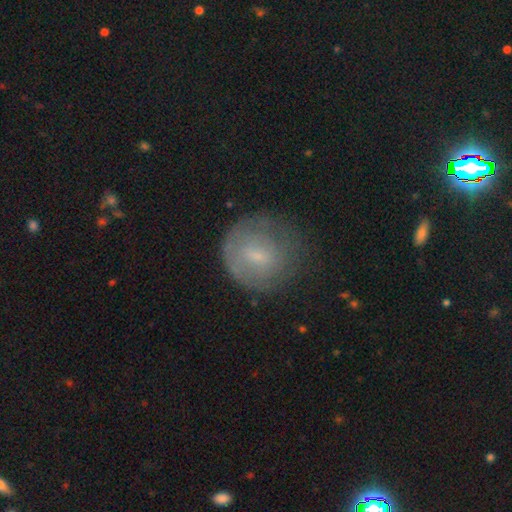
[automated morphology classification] smooth_or_featured: smooth (p=0.53) [alt: featured or disk p=0.37]
how_rounded: round (p=0.84) [alt: in between p=0.15]
merging: none (p=0.65) [alt: minor disturbance p=0.21]